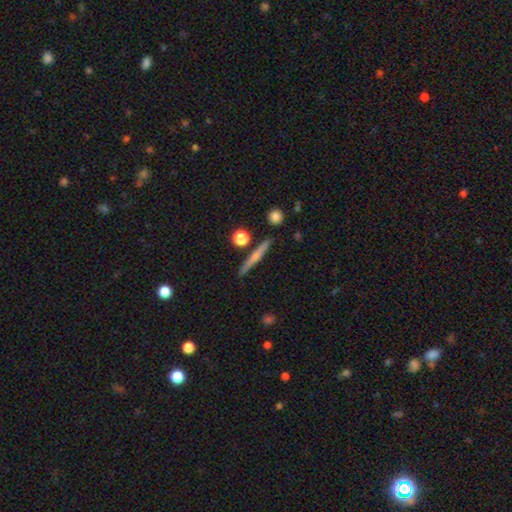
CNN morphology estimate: Smooth or featured? Predicted: smooth (p=0.51). How rounded? Predicted: cigar-shaped (p=0.91). Merging? Predicted: none (p=0.87).